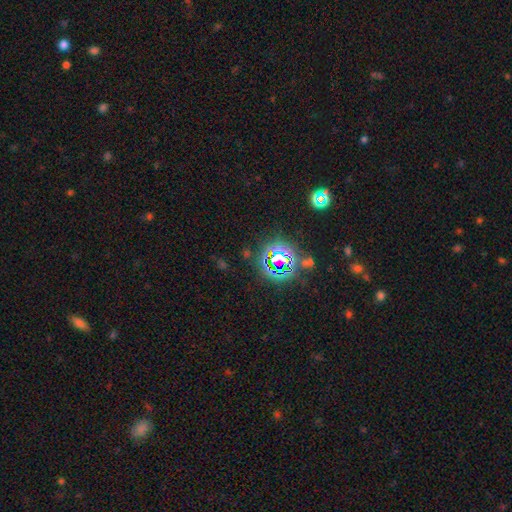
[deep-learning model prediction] smooth_or_featured: star or artifact (p=0.78) [alt: smooth p=0.14]